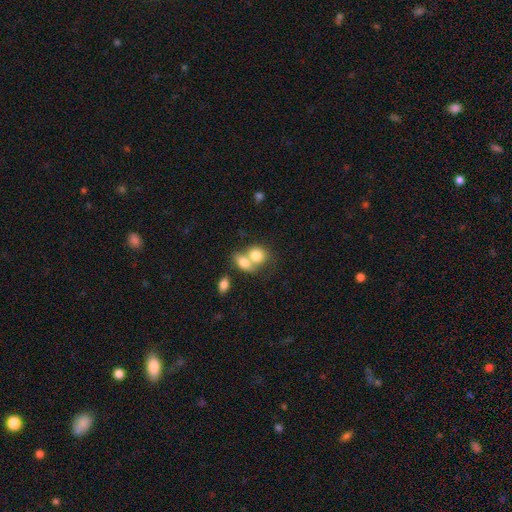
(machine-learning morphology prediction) The model was most divided on "how rounded": round: 52%, in between: 47%, cigar-shaped: 1%. More confident: smooth or featured — smooth (78%); merging — merger (65%).